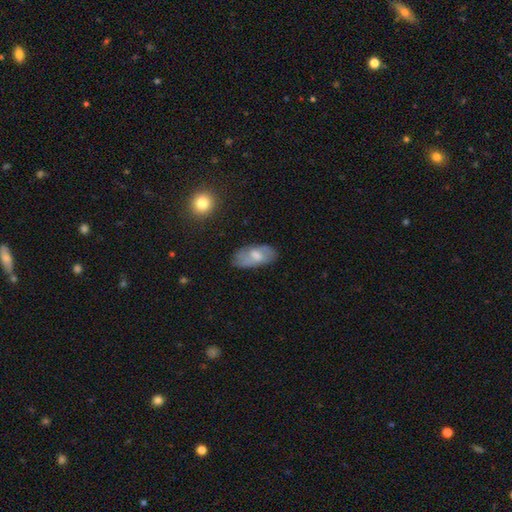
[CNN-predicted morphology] A smooth galaxy with no disk features (54%) that is in between round and cigar-shaped (91%).

Vote fractions:
- Smooth or featured? smooth: 54% / featured or disk: 38% / star or artifact: 8%
- How rounded? in between: 91% / cigar-shaped: 6% / round: 3%
- Merging? none: 63% / minor disturbance: 26% / major disturbance: 9% / merger: 3%